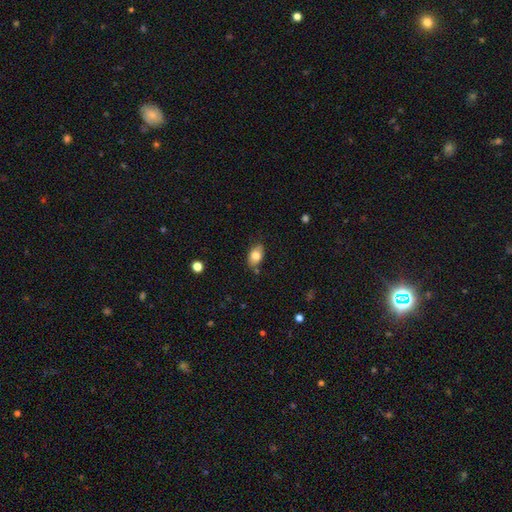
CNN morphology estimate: Q: Smooth or featured?
A: smooth (78%); runner-up: featured or disk (14%)
Q: How rounded?
A: in between (87%); runner-up: round (11%)
Q: Merging?
A: none (76%); runner-up: minor disturbance (18%)